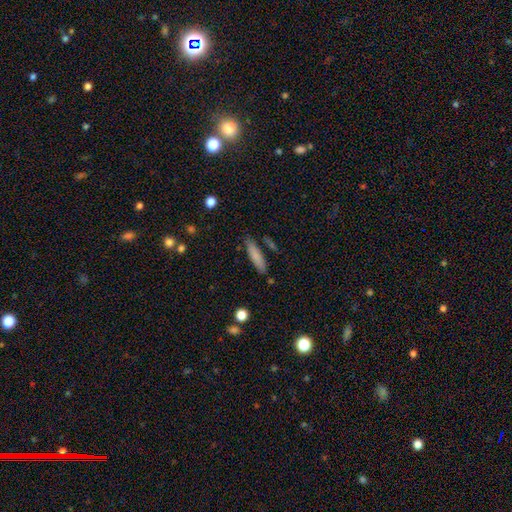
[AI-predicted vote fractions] A smooth galaxy with no disk features (81%) that is cigar-shaped (74%). Merging: none (82%).